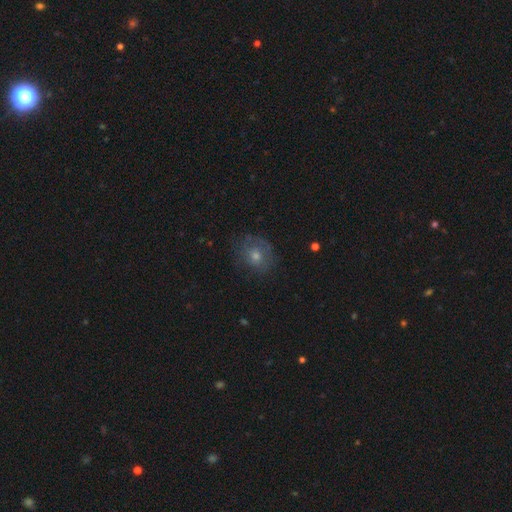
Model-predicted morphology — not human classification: Smooth or featured?
  - smooth: 47% *
  - featured or disk: 35%
  - star or artifact: 18%
Merging?
  - none: 73% *
  - minor disturbance: 18%
  - major disturbance: 8%
  - merger: 1%